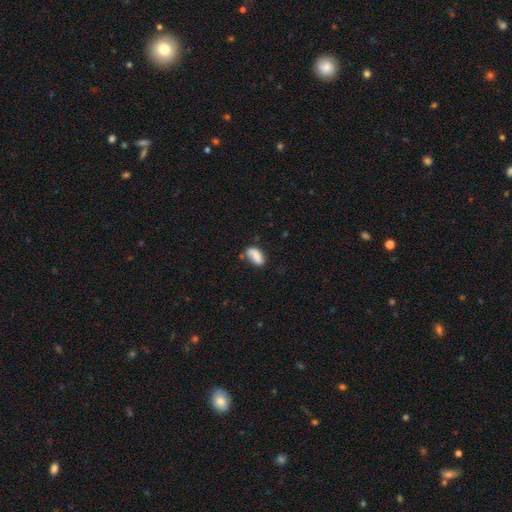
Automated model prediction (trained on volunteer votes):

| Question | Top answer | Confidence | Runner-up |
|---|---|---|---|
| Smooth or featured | smooth | 78% | featured or disk (14%) |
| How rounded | in between | 87% | cigar-shaped (8%) |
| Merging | none | 54% | minor disturbance (27%) |